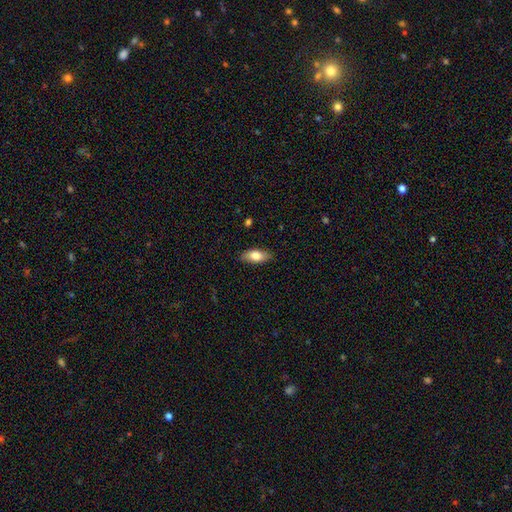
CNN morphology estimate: This appears to be a smooth galaxy with no disk features (76%) that is in between round and cigar-shaped (85%). Merging: none (86%).